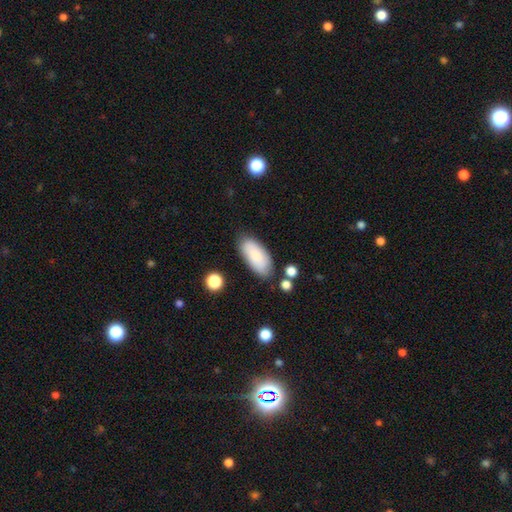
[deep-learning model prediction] Smooth or featured?
  - smooth: 84% *
  - featured or disk: 10%
  - star or artifact: 6%
How rounded?
  - in between: 88% *
  - cigar-shaped: 10%
  - round: 2%
Merging?
  - none: 78% *
  - minor disturbance: 14%
  - merger: 4%
  - major disturbance: 3%